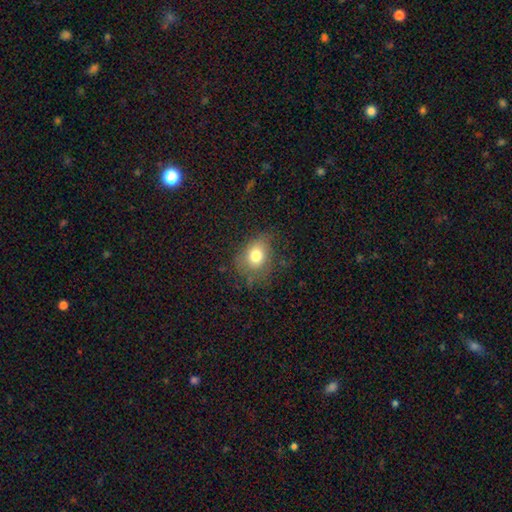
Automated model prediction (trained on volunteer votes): A smooth galaxy with no disk features (76%) that is in between round and cigar-shaped (51%).

Vote fractions:
- Smooth or featured? smooth: 76% / featured or disk: 13% / star or artifact: 12%
- How rounded? in between: 51% / round: 48% / cigar-shaped: 1%
- Merging? none: 63% / minor disturbance: 25% / major disturbance: 11% / merger: 2%